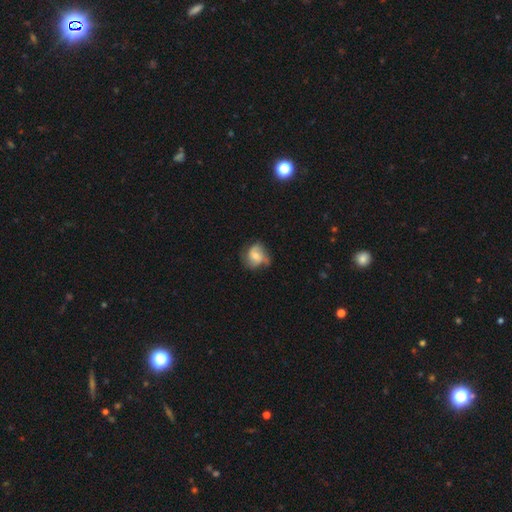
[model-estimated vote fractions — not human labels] This is possibly a featured or disk galaxy (55%). It is clearly not viewed edge-on (97%). Bar: likely no (68%). Spiral arm pattern: clearly yes (83%). Central bulge: possibly moderate (53%). Merging: possibly none (51%).